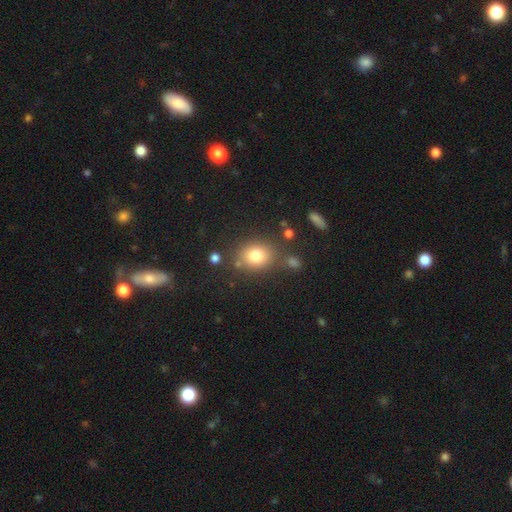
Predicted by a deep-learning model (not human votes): This is likely a smooth galaxy (79%). How rounded: possibly round (57%). Merging: likely none (75%).